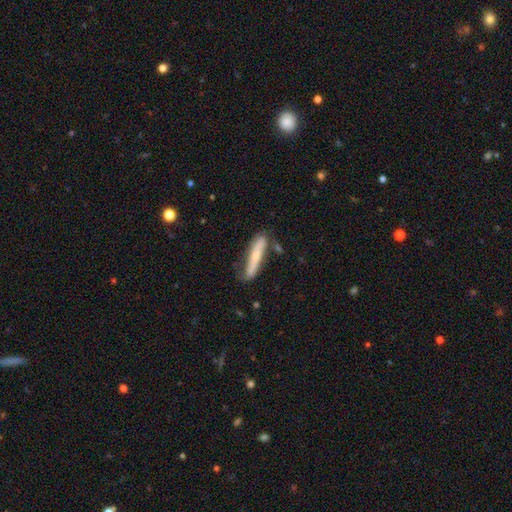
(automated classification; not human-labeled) Overall: smooth (52%; featured or disk 42%). How rounded: cigar-shaped (87%). Merging: none (68%).